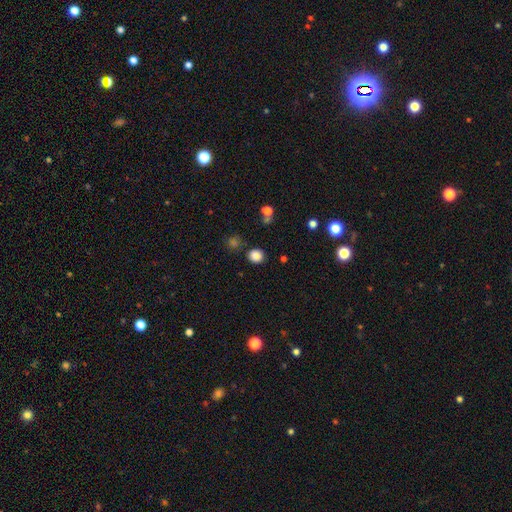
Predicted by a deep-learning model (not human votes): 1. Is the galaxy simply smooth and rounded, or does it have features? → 84% smooth, 13% star or artifact, 4% featured or disk.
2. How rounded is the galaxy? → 85% round, 14% in between, 1% cigar-shaped.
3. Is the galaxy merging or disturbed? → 85% none, 8% minor disturbance, 4% merger, 3% major disturbance.